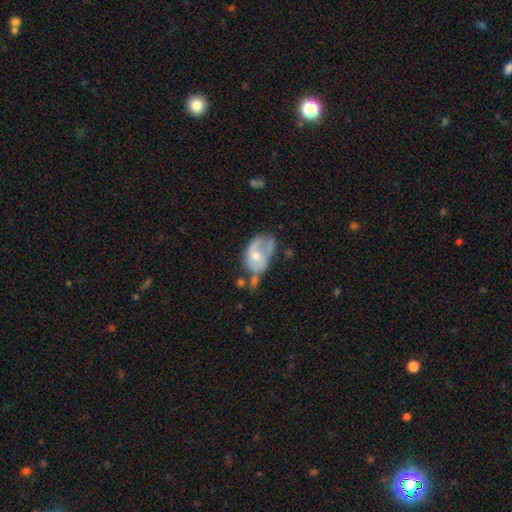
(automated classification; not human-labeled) Morphology: type=featured or disk (51%); edge-on=no (95%); merging=major disturbance (34%).